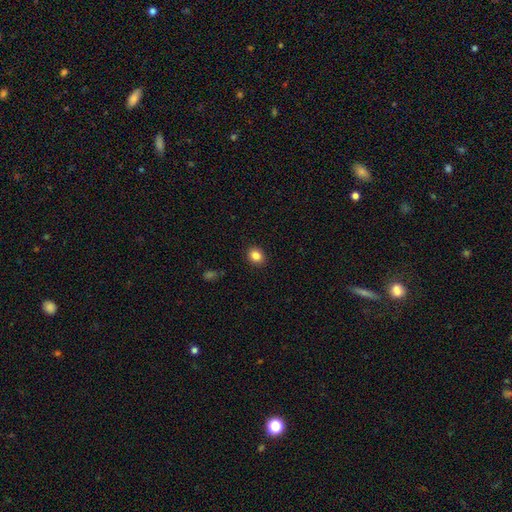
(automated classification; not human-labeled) Smooth or featured: smooth — 85% (star or artifact — 10%)
How rounded: round — 66% (in between — 33%)
Merging: none — 91% (minor disturbance — 6%)